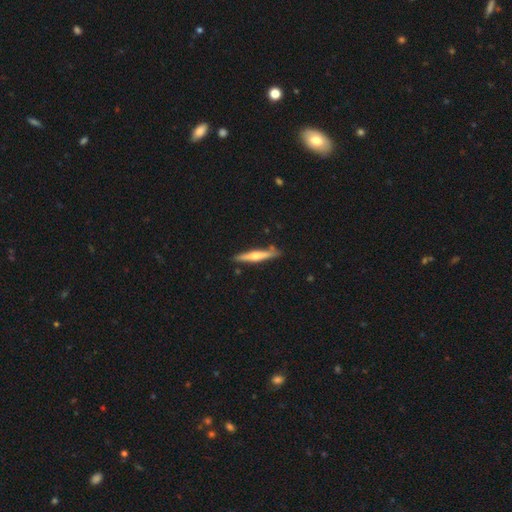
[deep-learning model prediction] Q: Smooth or featured?
A: featured or disk (58%); runner-up: smooth (37%)
Q: Edge-on disk?
A: yes (96%); runner-up: no (4%)
Q: Edge-on bulge?
A: rounded (85%); runner-up: none (9%)
Q: Merging?
A: none (84%); runner-up: minor disturbance (11%)